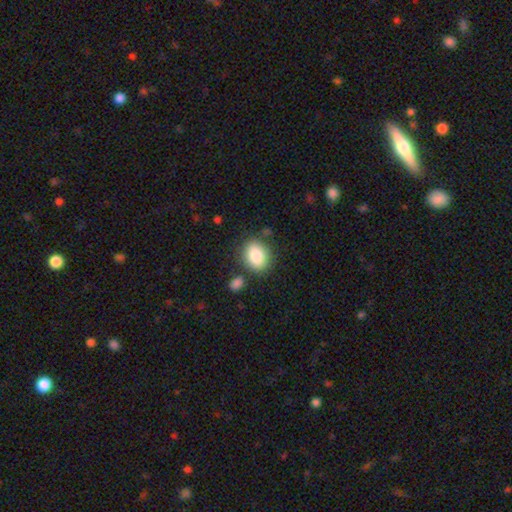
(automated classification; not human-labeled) A smooth galaxy with no disk features (86%) that is in between round and cigar-shaped (62%). Merging: none (74%).